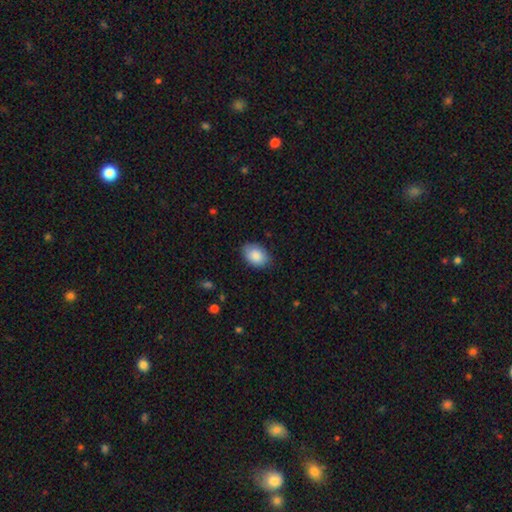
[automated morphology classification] Smooth or featured? smooth (88%)
How rounded? in between (85%)
Merging? none (83%)